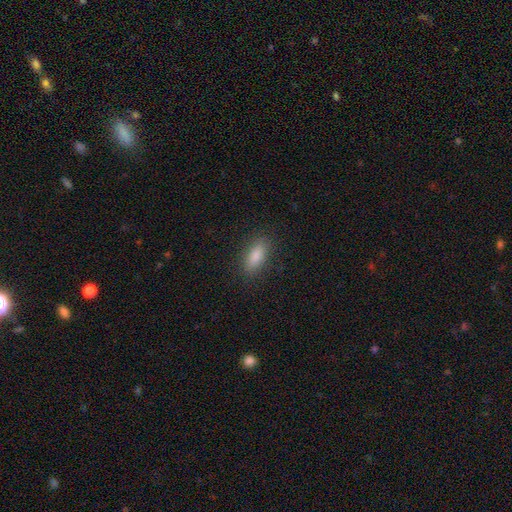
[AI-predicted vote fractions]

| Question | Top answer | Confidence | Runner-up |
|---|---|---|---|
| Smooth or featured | smooth | 84% | star or artifact (8%) |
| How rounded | in between | 74% | cigar-shaped (23%) |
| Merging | none | 88% | minor disturbance (9%) |